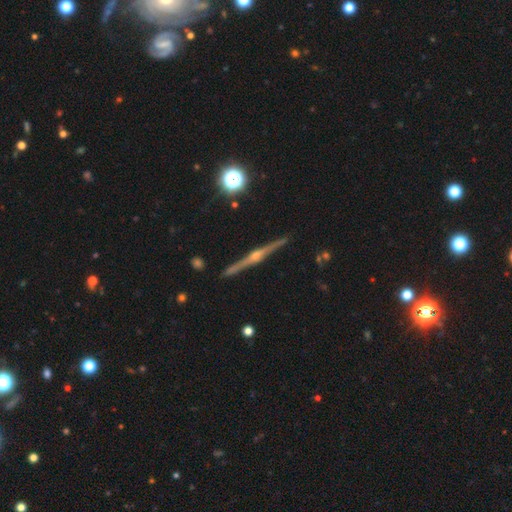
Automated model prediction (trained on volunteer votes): Smooth or featured?
  - featured or disk: 87% *
  - smooth: 7%
  - star or artifact: 6%
Edge-on disk?
  - yes: 98% *
  - no: 2%
Edge-on bulge?
  - rounded: 91% *
  - none: 4%
  - boxy: 4%
Merging?
  - none: 92% *
  - minor disturbance: 5%
  - merger: 1%
  - major disturbance: 1%